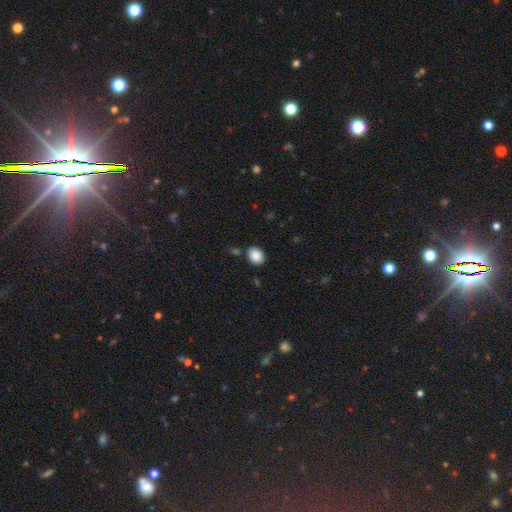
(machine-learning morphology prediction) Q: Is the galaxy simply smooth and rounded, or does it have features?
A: smooth — 88%.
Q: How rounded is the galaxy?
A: in between — 55%.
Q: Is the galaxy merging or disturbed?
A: none — 83%.